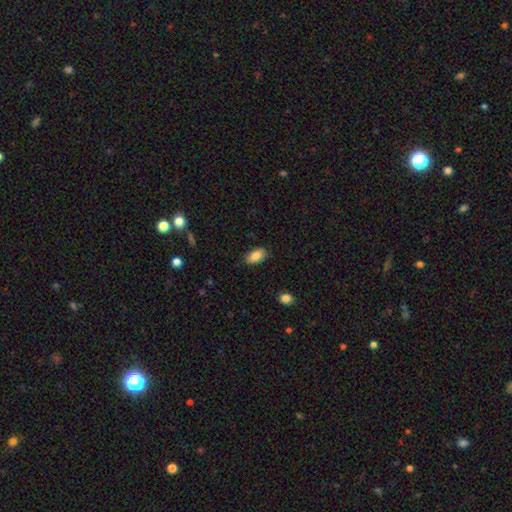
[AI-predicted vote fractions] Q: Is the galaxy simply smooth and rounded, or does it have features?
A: smooth — 86%.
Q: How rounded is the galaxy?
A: in between — 93%.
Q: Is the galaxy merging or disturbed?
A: none — 85%.